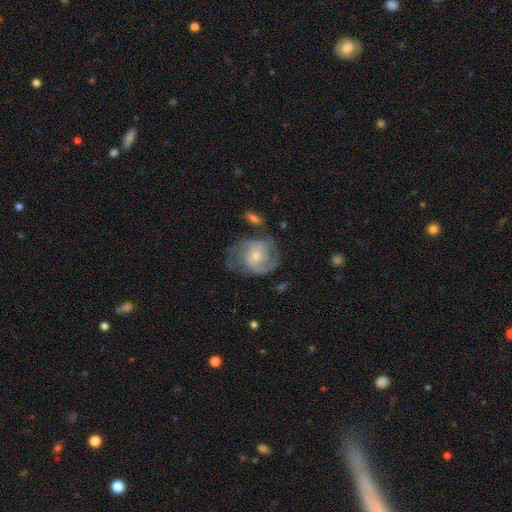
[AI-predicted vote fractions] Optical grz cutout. It shows a featured or disk galaxy (68%) with no bar (66%), 2 (52%) medium (43%) spiral arms (88%) and a small central bulge (55%). Merging: none (52%).